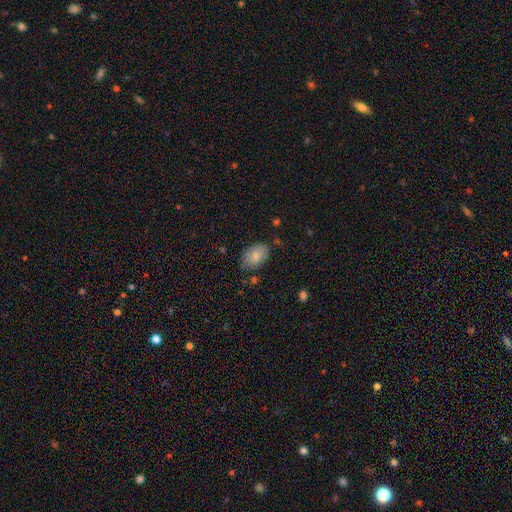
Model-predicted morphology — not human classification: type=smooth (79%); roundness=in between (89%); merging=none (71%).